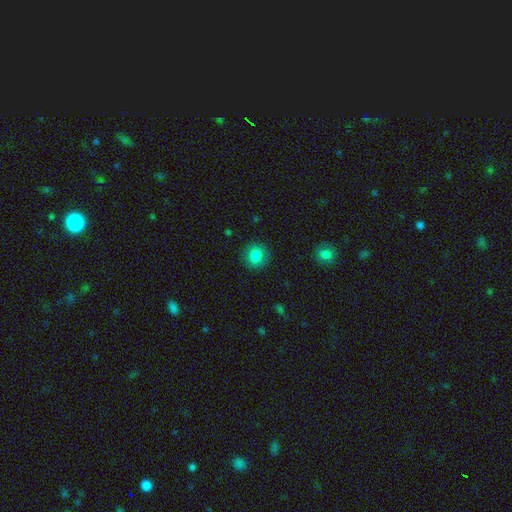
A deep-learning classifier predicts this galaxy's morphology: smooth_or_featured: smooth (p=0.84) [alt: star or artifact p=0.10]
how_rounded: round (p=0.89) [alt: in between p=0.10]
merging: none (p=0.88) [alt: minor disturbance p=0.08]